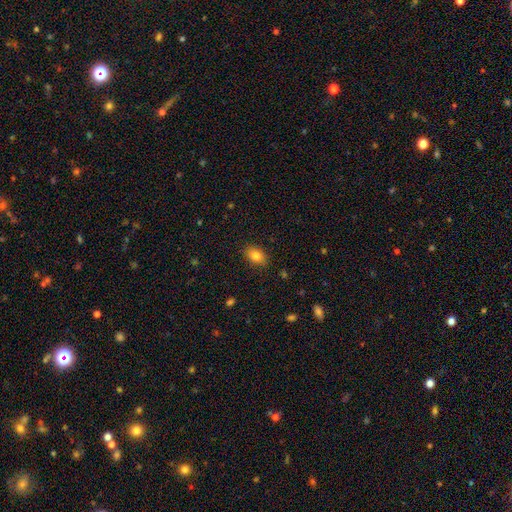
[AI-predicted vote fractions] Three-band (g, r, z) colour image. It shows a smooth galaxy with no disk features (83%) that is in between round and cigar-shaped (83%). Merging: none (87%).